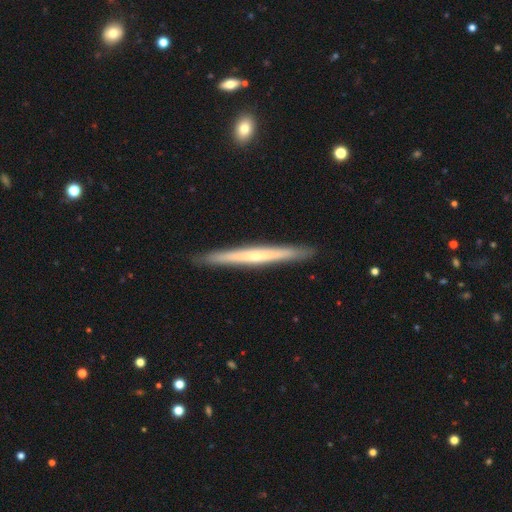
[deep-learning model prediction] Smooth or featured? featured or disk (65%)
Edge-on disk? yes (97%)
Edge-on bulge? rounded (53%)
Merging? none (92%)